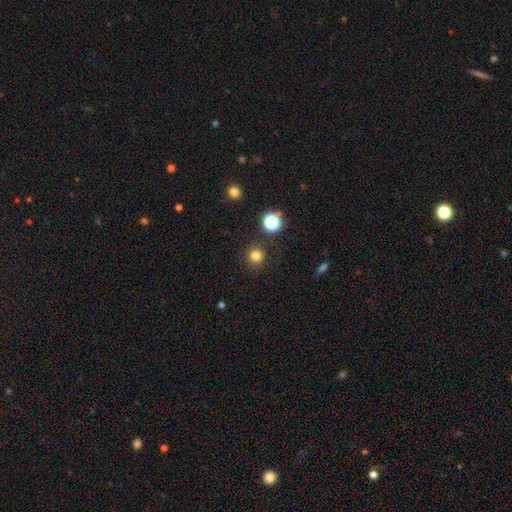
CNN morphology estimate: smooth_or_featured: smooth (p=0.79) [alt: star or artifact p=0.16]
how_rounded: round (p=0.95) [alt: in between p=0.04]
merging: none (p=0.90) [alt: minor disturbance p=0.06]